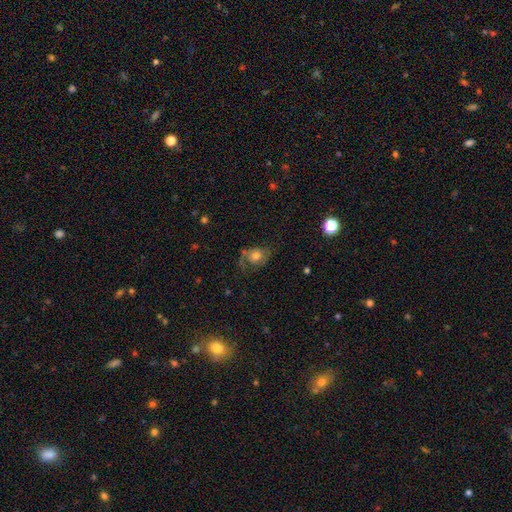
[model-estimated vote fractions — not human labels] Q: Smooth or featured?
A: featured or disk (45%); runner-up: smooth (44%)
Q: Merging?
A: none (50%); runner-up: minor disturbance (24%)